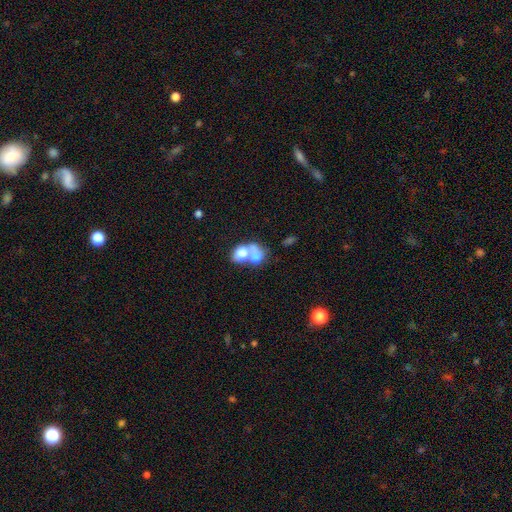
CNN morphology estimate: Overall: smooth (68%). How rounded: in between (60%; round 38%). Merging: merger (69%).